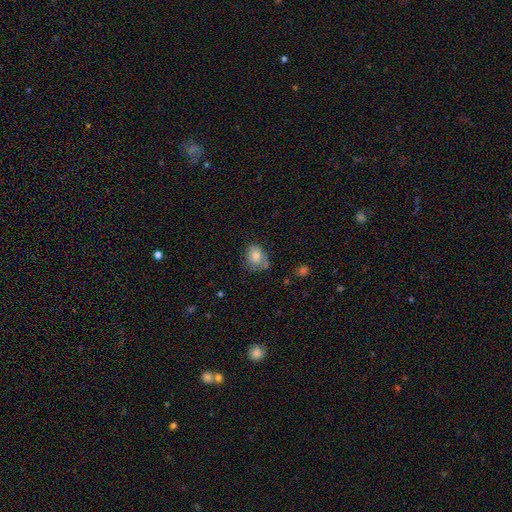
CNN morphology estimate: Smooth or featured: smooth — 71% (featured or disk — 20%)
How rounded: in between — 52% (round — 47%)
Merging: none — 52% (minor disturbance — 30%)